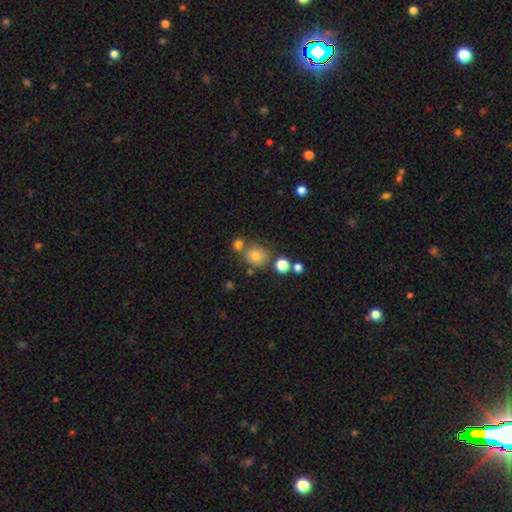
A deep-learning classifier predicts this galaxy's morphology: Q: Smooth or featured?
A: smooth (73%); runner-up: star or artifact (15%)
Q: How rounded?
A: round (77%); runner-up: in between (22%)
Q: Merging?
A: none (65%); runner-up: merger (17%)